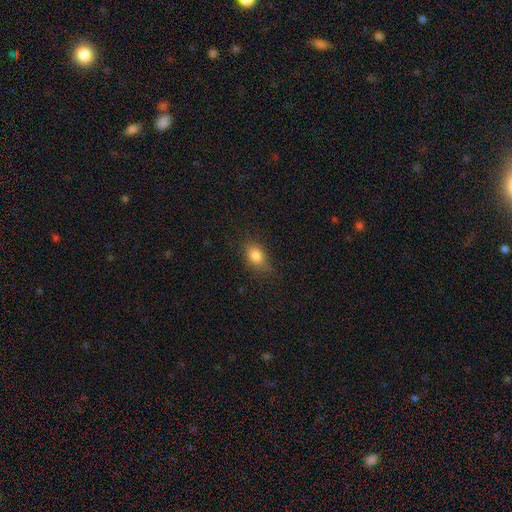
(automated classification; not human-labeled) This is clearly a smooth galaxy (82%). How rounded: likely in between (69%). Merging: likely none (74%).